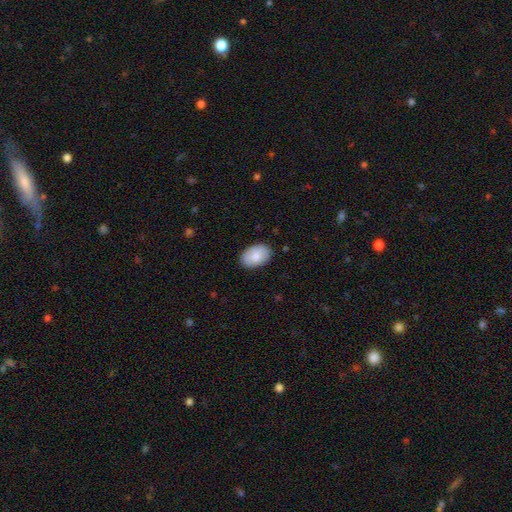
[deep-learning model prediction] This appears to be a smooth galaxy with no disk features (84%) that is in between round and cigar-shaped (90%). Merging: none (87%).